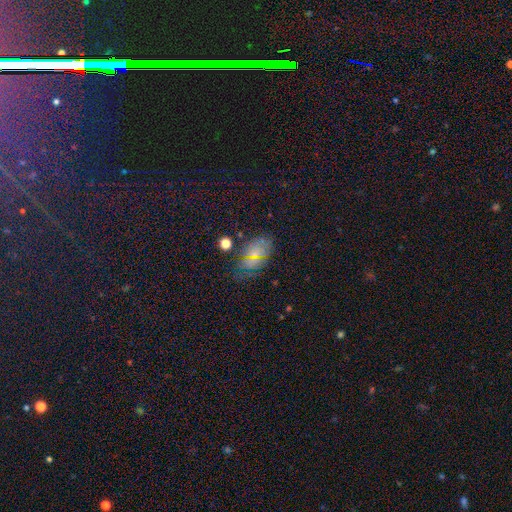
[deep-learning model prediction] Overall: smooth (46%; star or artifact 39%). Merging: none (72%).